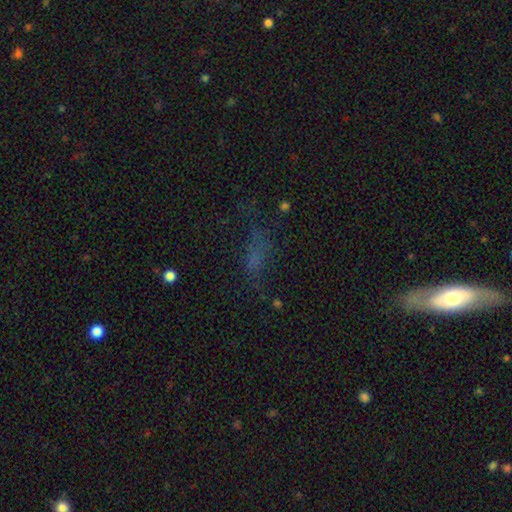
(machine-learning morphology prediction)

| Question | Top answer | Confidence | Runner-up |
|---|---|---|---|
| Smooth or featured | smooth | 49% | star or artifact (30%) |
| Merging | none | 48% | major disturbance (26%) |